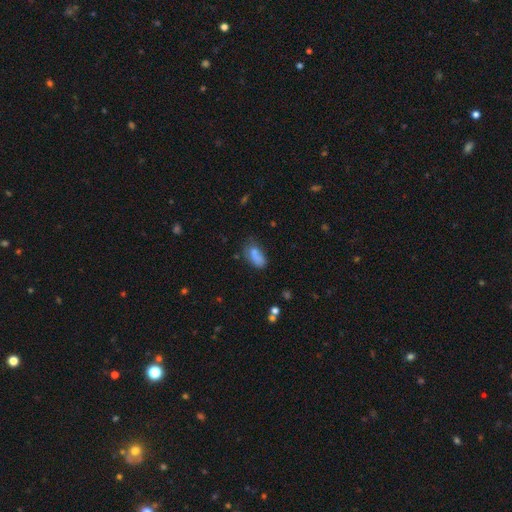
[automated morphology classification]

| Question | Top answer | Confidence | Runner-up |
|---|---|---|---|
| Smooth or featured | smooth | 77% | featured or disk (13%) |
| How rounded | in between | 87% | cigar-shaped (8%) |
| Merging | none | 47% | minor disturbance (27%) |